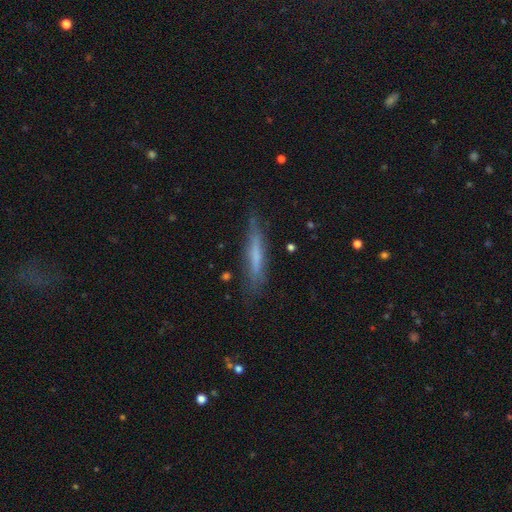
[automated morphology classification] Smooth or featured? Predicted: smooth (p=0.51). How rounded? Predicted: cigar-shaped (p=0.91). Merging? Predicted: none (p=0.76).